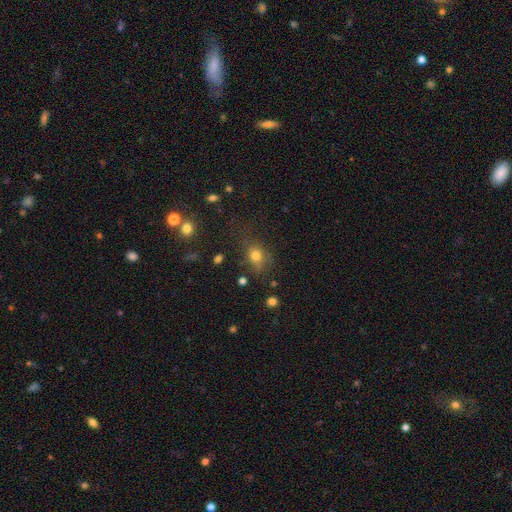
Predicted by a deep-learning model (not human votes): A smooth galaxy with no disk features (76%) that is round (54%). Merging: none (67%).